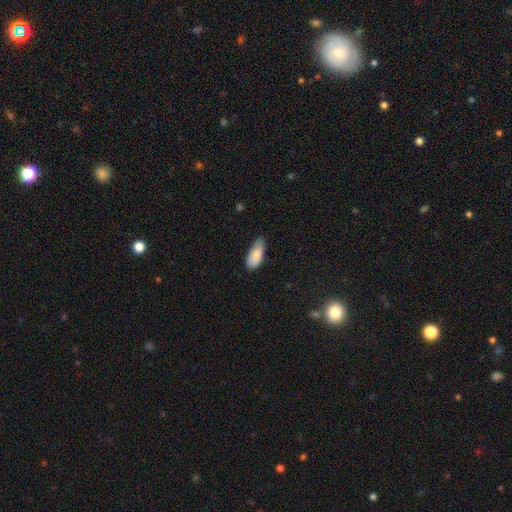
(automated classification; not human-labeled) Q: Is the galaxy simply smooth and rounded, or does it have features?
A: smooth — 85%.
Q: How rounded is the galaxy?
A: in between — 85%.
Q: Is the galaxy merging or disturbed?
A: none — 54%.